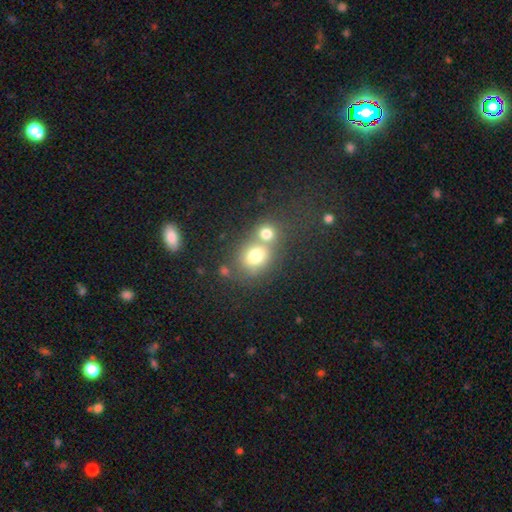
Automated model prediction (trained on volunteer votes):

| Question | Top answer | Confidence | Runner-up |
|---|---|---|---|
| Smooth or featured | smooth | 74% | featured or disk (13%) |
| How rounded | round | 60% | in between (38%) |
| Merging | merger | 52% | none (36%) |